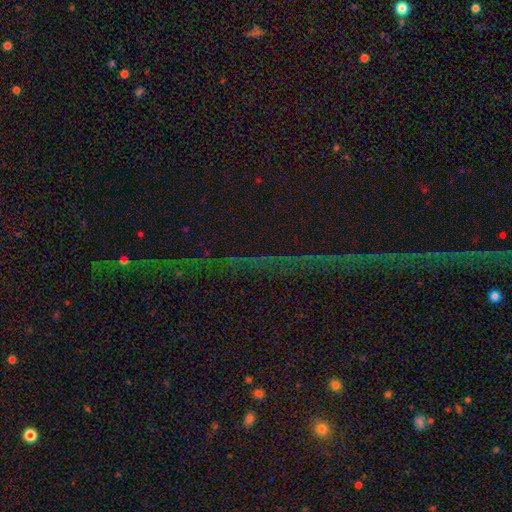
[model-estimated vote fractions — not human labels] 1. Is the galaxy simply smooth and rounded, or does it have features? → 77% star or artifact, 13% featured or disk, 10% smooth.